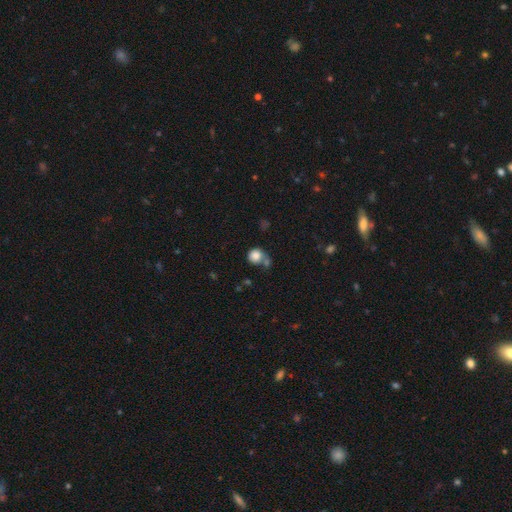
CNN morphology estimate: smooth 83%, star or artifact 9%, featured or disk 8%. Down the decision tree: how rounded — round (84%); merging — none (43%).